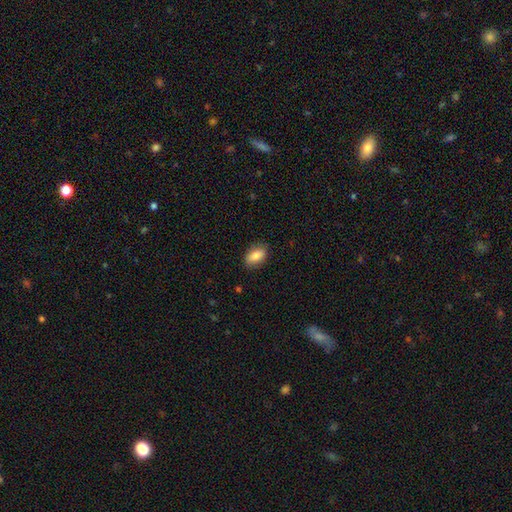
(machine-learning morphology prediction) This is clearly a smooth galaxy (81%). How rounded: clearly in between (90%). Merging: clearly none (84%).